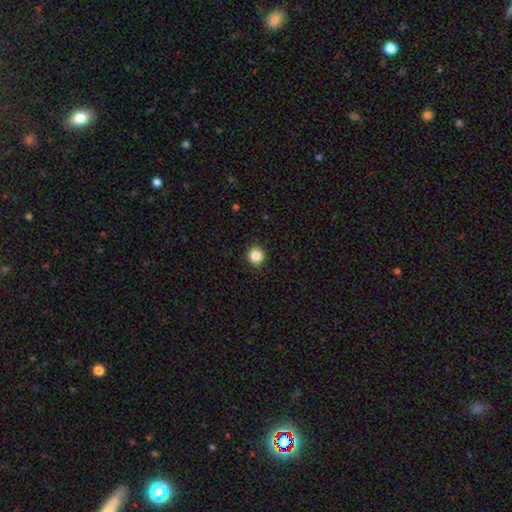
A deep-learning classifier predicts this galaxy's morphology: Smooth or featured: smooth — 85% (star or artifact — 11%)
How rounded: round — 91% (in between — 8%)
Merging: none — 91% (minor disturbance — 6%)